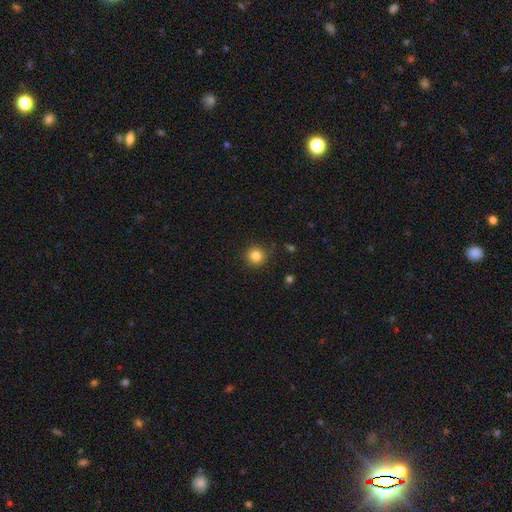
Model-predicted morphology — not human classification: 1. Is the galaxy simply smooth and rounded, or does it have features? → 84% smooth, 11% star or artifact, 5% featured or disk.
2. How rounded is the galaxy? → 94% round, 5% in between, 1% cigar-shaped.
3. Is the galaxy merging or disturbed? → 87% none, 9% minor disturbance, 3% major disturbance, 2% merger.